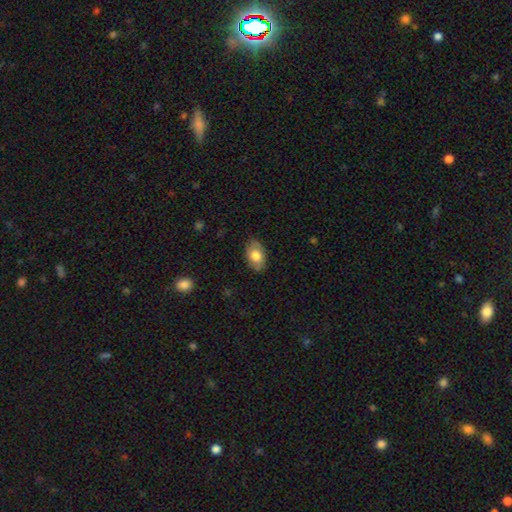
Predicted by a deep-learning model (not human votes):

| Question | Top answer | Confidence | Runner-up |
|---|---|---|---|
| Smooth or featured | smooth | 70% | featured or disk (23%) |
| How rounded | in between | 89% | round (10%) |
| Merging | none | 81% | minor disturbance (15%) |